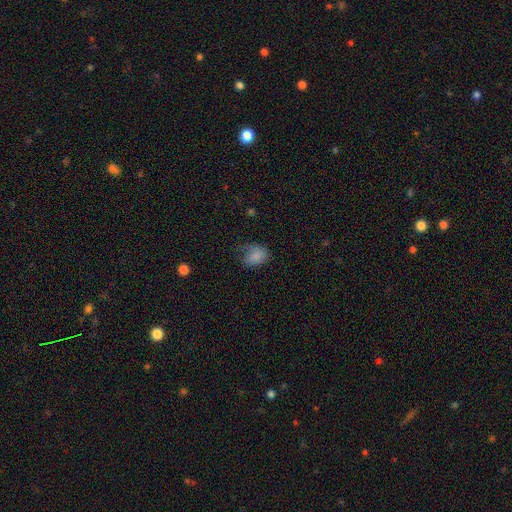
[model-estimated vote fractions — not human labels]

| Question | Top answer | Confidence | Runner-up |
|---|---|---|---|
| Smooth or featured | smooth | 79% | featured or disk (12%) |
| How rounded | in between | 75% | round (24%) |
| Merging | none | 42% | minor disturbance (32%) |